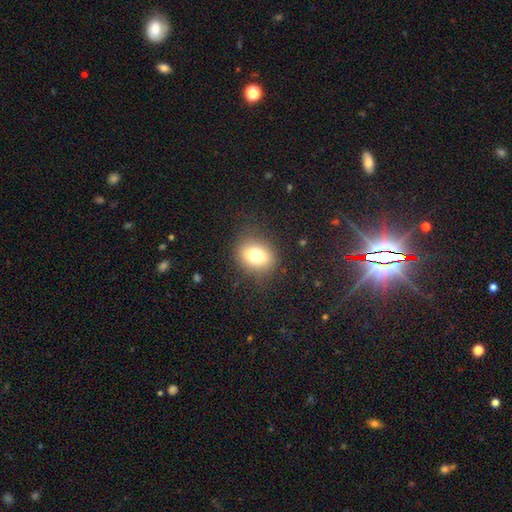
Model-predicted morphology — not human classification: This is likely a smooth galaxy (77%). How rounded: possibly round (53%). Merging: clearly none (81%).